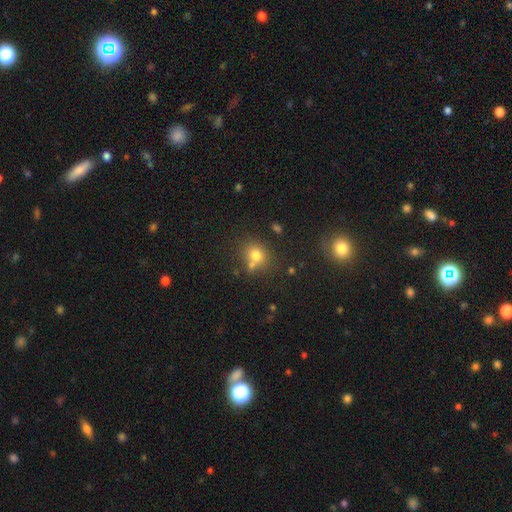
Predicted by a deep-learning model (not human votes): Q: Smooth or featured?
A: smooth (74%); runner-up: star or artifact (15%)
Q: How rounded?
A: round (69%); runner-up: in between (30%)
Q: Merging?
A: none (59%); runner-up: merger (23%)